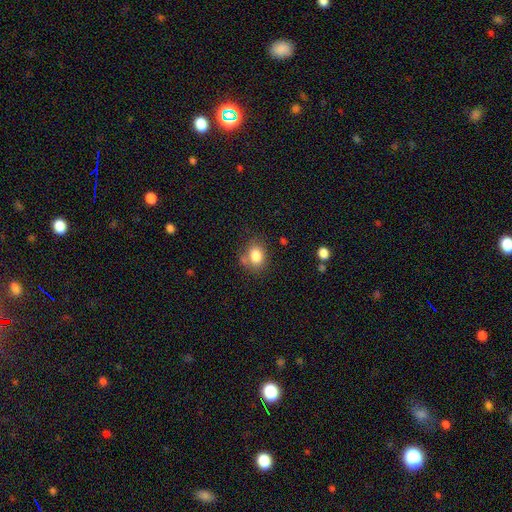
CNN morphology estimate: A smooth galaxy with no disk features (82%) that is in between round and cigar-shaped (54%). Merging: none (66%).